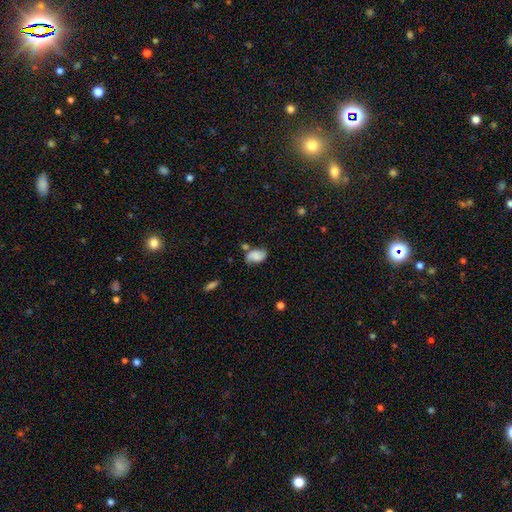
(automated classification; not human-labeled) Smooth or featured?
  - smooth: 65% *
  - featured or disk: 25%
  - star or artifact: 10%
How rounded?
  - in between: 86% *
  - round: 12%
  - cigar-shaped: 2%
Merging?
  - none: 51% *
  - minor disturbance: 27%
  - merger: 13%
  - major disturbance: 9%